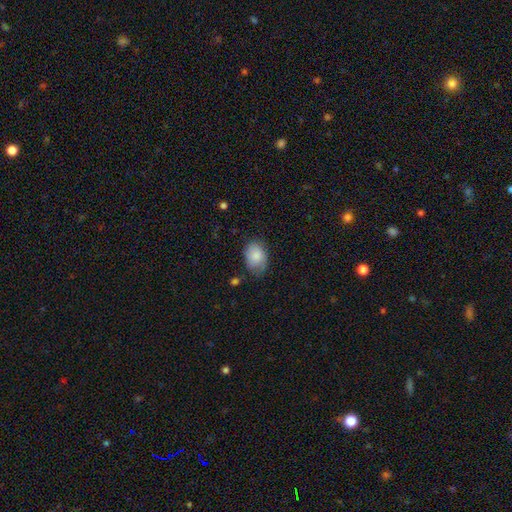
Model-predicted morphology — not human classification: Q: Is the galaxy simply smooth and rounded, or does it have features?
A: smooth — 82%.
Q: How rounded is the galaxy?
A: in between — 75%.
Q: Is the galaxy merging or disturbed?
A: none — 59%.